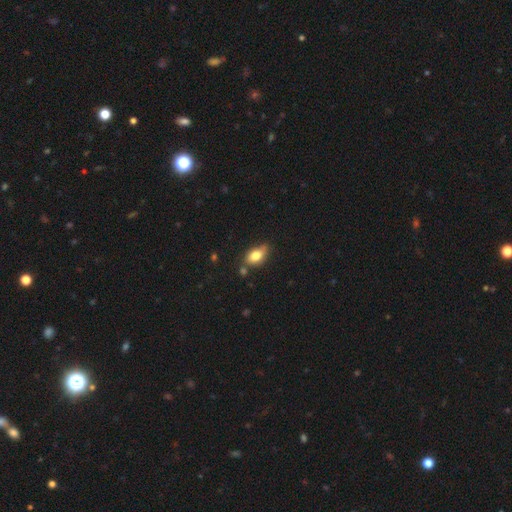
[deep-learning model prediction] A smooth galaxy with no disk features (79%) that is in between round and cigar-shaped (88%).

Vote fractions:
- Smooth or featured? smooth: 79% / featured or disk: 13% / star or artifact: 8%
- How rounded? in between: 88% / round: 8% / cigar-shaped: 4%
- Merging? none: 64% / minor disturbance: 24% / merger: 7% / major disturbance: 4%